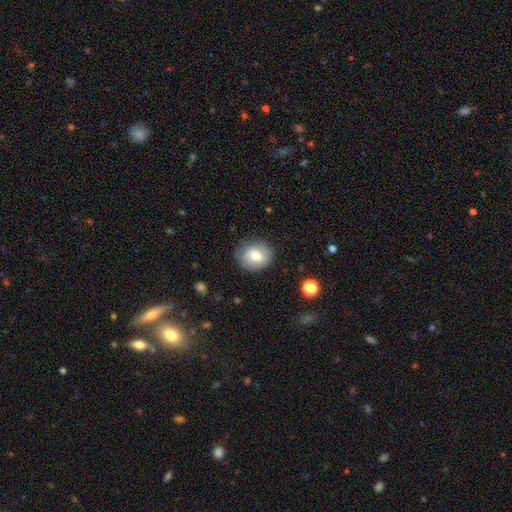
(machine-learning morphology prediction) Overall: smooth (71%). How rounded: round (67%; in between 33%). Merging: none (77%).